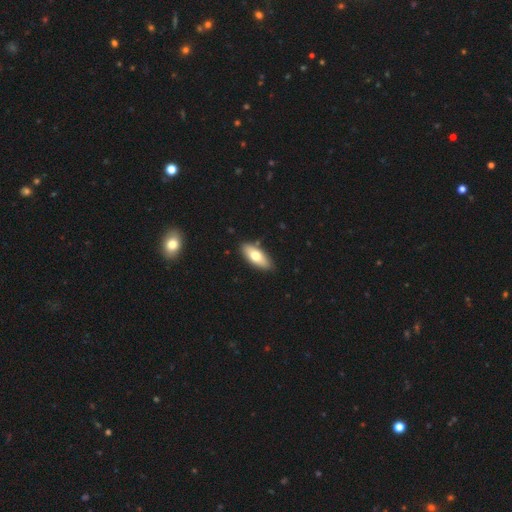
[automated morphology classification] Smooth or featured?
  - smooth: 67% *
  - featured or disk: 28%
  - star or artifact: 6%
How rounded?
  - in between: 81% *
  - cigar-shaped: 16%
  - round: 2%
Merging?
  - none: 86% *
  - minor disturbance: 10%
  - merger: 2%
  - major disturbance: 2%